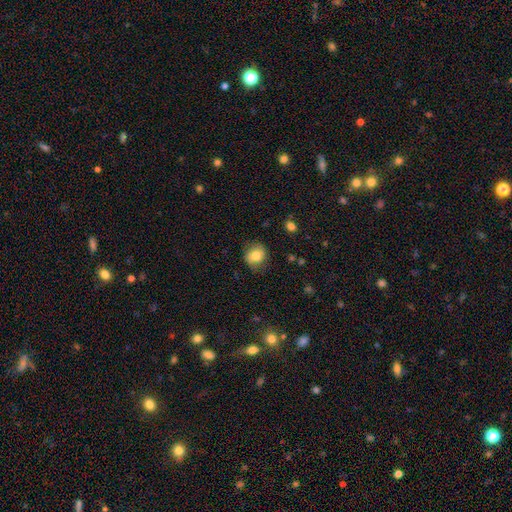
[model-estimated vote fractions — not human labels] A smooth galaxy with no disk features (80%) that is round (76%). Merging: none (78%).